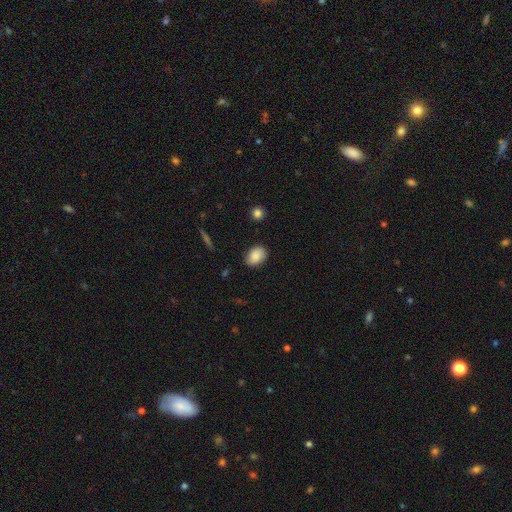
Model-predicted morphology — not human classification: This is clearly a smooth galaxy (84%). How rounded: likely in between (73%). Merging: clearly none (82%).